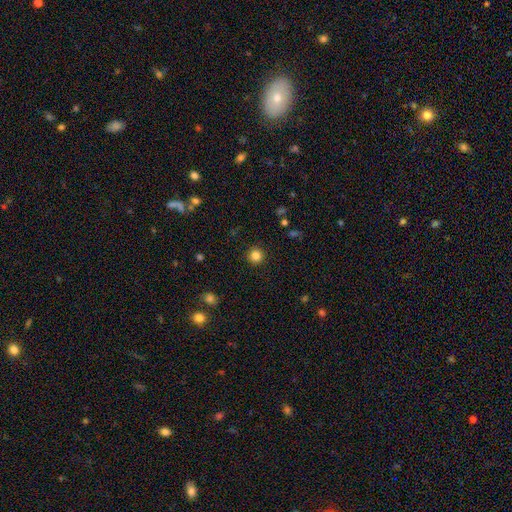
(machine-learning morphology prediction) This appears to be a smooth galaxy with no disk features (84%) that is round (95%). Merging: none (92%).